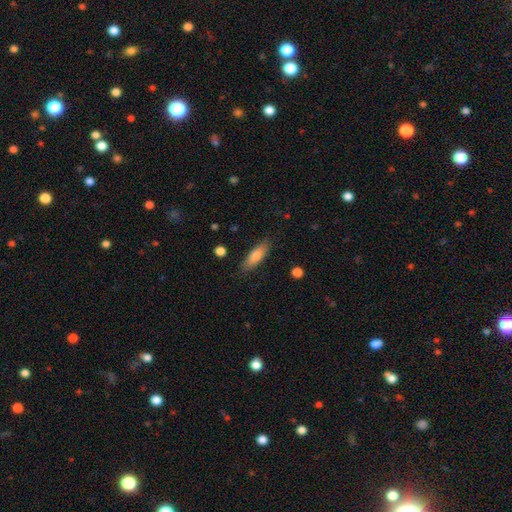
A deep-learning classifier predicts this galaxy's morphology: A smooth galaxy with no disk features (81%) that is in between round and cigar-shaped (53%). Merging: none (85%).